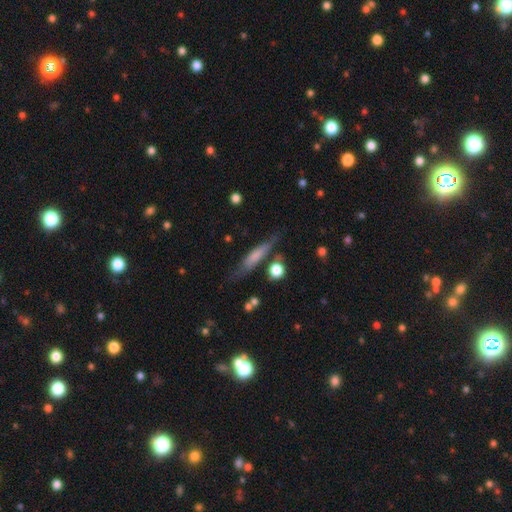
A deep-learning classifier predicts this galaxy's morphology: Smooth or featured?
  - smooth: 58% *
  - featured or disk: 34%
  - star or artifact: 7%
How rounded?
  - cigar-shaped: 79% *
  - in between: 18%
  - round: 3%
Merging?
  - none: 67% *
  - minor disturbance: 21%
  - major disturbance: 7%
  - merger: 6%